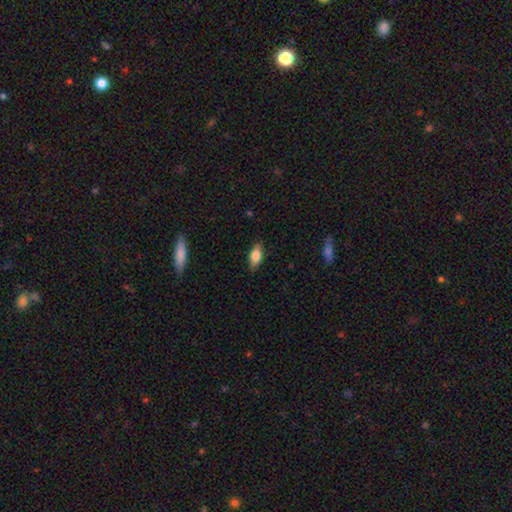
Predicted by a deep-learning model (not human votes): smooth_or_featured: smooth (p=0.75) [alt: featured or disk p=0.18]
how_rounded: in between (p=0.84) [alt: cigar-shaped p=0.12]
merging: none (p=0.83) [alt: minor disturbance p=0.13]